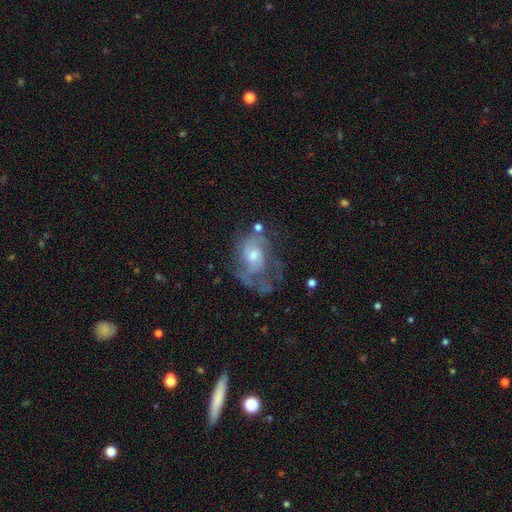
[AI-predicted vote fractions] smooth_or_featured: featured or disk (p=0.70) [alt: smooth p=0.19]
disk_edge_on: no (p=0.96) [alt: yes p=0.04]
bar: no (p=0.76) [alt: weak p=0.20]
has_spiral_arms: yes (p=0.71) [alt: no p=0.29]
bulge_size: moderate (p=0.55) [alt: small p=0.34]
merging: none (p=0.46) [alt: major disturbance p=0.28]